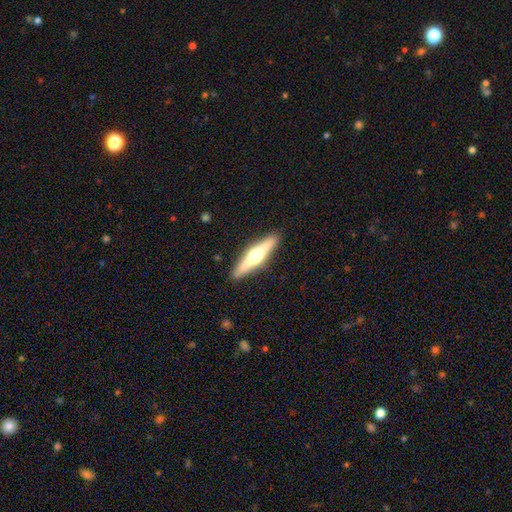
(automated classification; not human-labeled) featured or disk 61%, smooth 34%, star or artifact 5%. Down the decision tree: edge-on disk — yes (96%); edge-on bulge — rounded (93%); merging — none (90%).